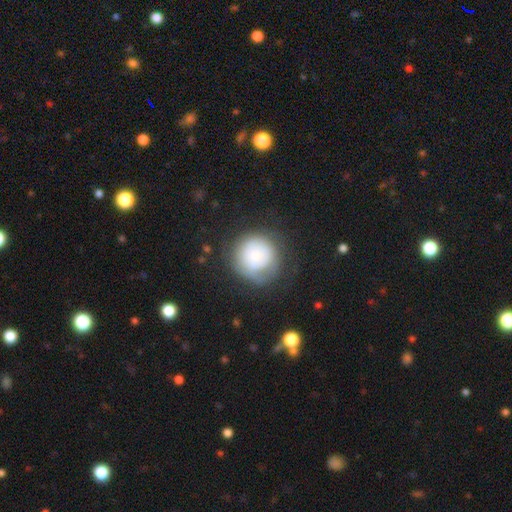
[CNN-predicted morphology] Smooth or featured? smooth (64%)
How rounded? round (92%)
Merging? none (60%)